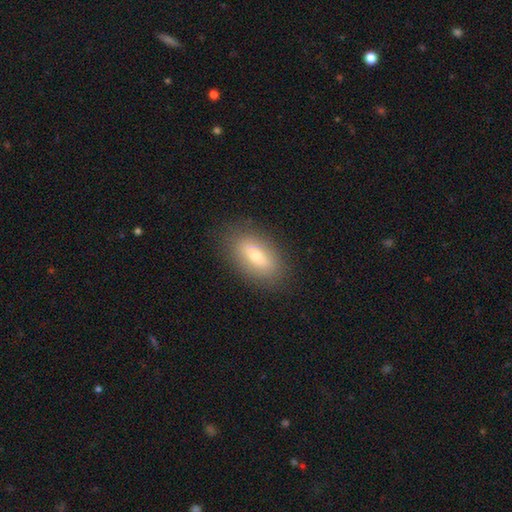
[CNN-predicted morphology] Smooth or featured: smooth — 67% (featured or disk — 25%)
How rounded: in between — 84% (cigar-shaped — 12%)
Merging: none — 86% (minor disturbance — 10%)